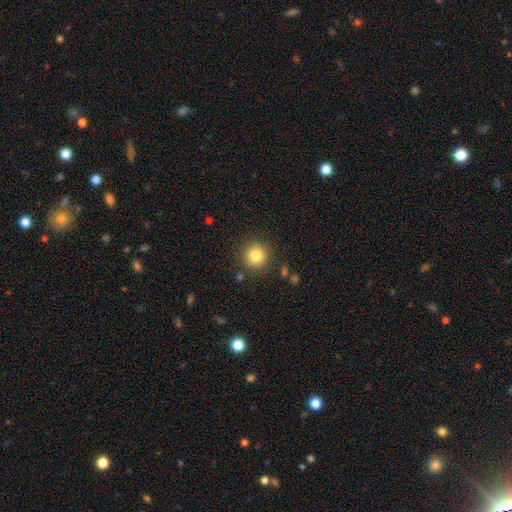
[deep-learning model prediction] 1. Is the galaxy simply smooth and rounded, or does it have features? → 83% smooth, 11% star or artifact, 6% featured or disk.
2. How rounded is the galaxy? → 93% round, 6% in between, 1% cigar-shaped.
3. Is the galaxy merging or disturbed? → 87% none, 8% minor disturbance, 3% major disturbance, 2% merger.